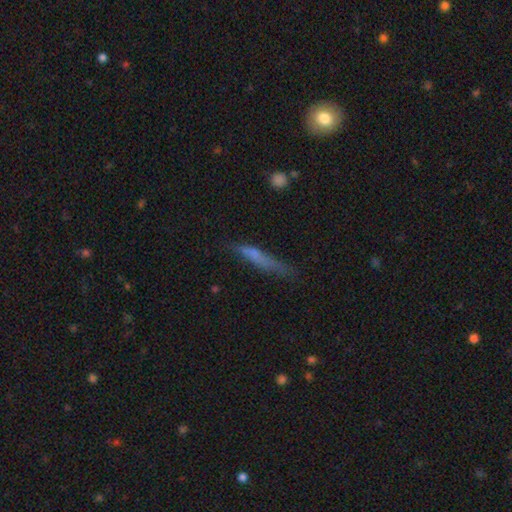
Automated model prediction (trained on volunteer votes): smooth_or_featured: smooth (p=0.59) [alt: featured or disk p=0.31]
how_rounded: cigar-shaped (p=0.90) [alt: in between p=0.08]
merging: none (p=0.62) [alt: minor disturbance p=0.24]